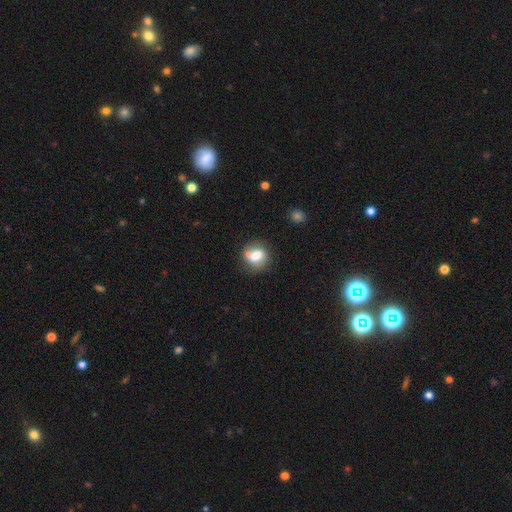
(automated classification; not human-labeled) Morphology: type=smooth (70%); roundness=round (64%); merging=none (54%).